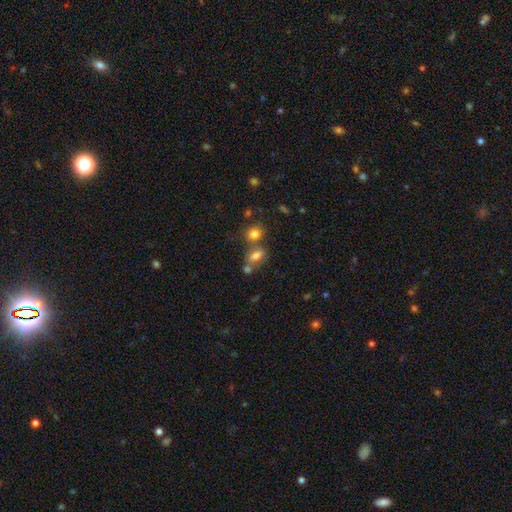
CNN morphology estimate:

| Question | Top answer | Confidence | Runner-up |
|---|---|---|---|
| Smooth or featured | smooth | 72% | featured or disk (14%) |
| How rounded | in between | 76% | round (18%) |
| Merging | none | 46% | merger (33%) |